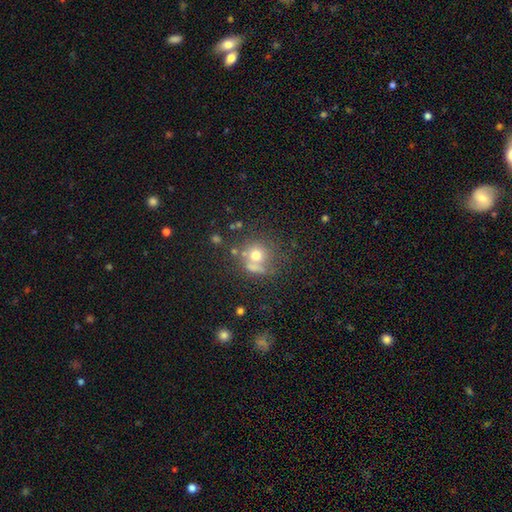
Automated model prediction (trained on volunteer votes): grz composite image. It shows a smooth galaxy with no disk features (65%) that is round (86%). Merging: none (51%).